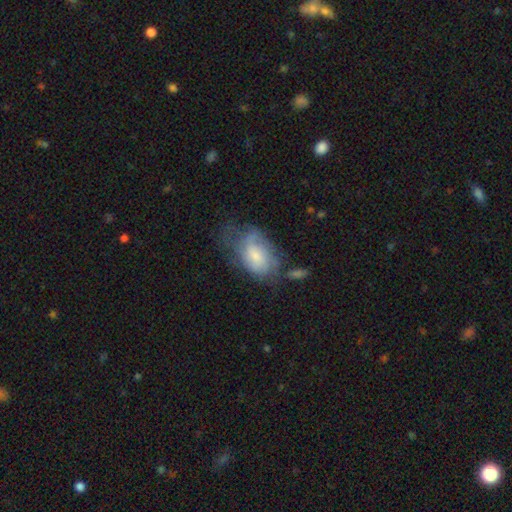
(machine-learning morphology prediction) smooth_or_featured: featured or disk (p=0.50) [alt: smooth p=0.42]
merging: none (p=0.36) [alt: minor disturbance p=0.30]